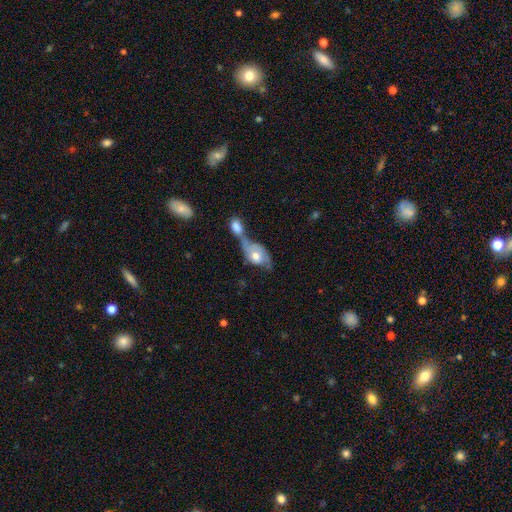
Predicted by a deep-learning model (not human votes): This is possibly a featured or disk galaxy (51%). It is clearly not viewed edge-on (92%). Merging: likely merger (69%).